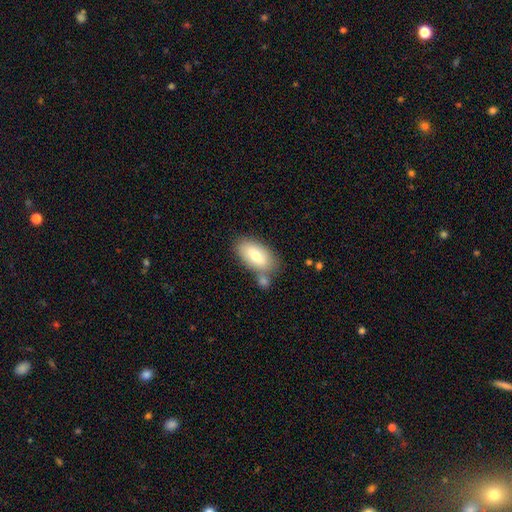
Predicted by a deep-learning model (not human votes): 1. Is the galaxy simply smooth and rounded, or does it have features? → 71% smooth, 23% featured or disk, 7% star or artifact.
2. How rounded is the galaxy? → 92% in between, 4% cigar-shaped, 4% round.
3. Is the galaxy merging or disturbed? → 61% none, 19% merger, 15% minor disturbance, 4% major disturbance.